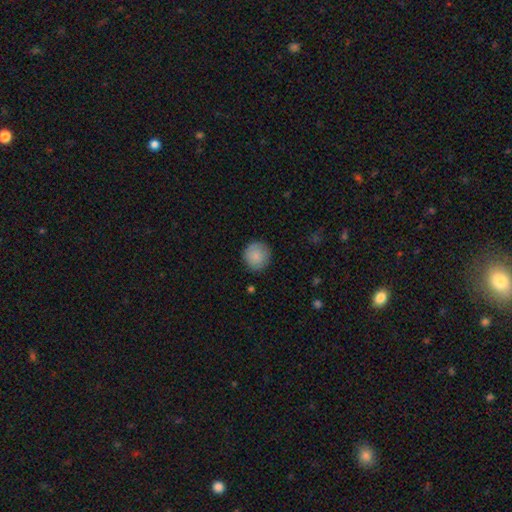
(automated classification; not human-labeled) Smooth or featured? Predicted: smooth (p=0.84). How rounded? Predicted: round (p=0.92). Merging? Predicted: none (p=0.86).